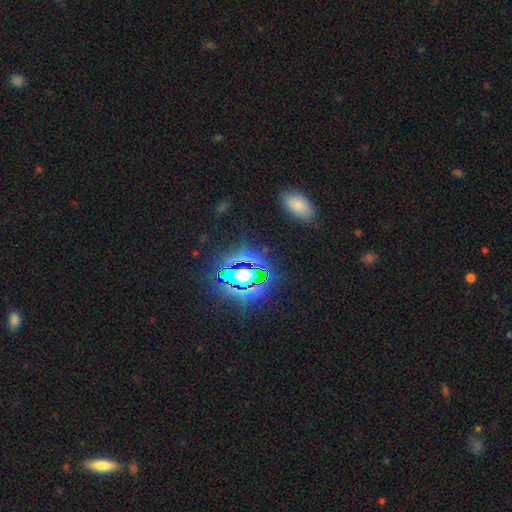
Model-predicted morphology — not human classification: Smooth or featured? Predicted: star or artifact (p=0.74).